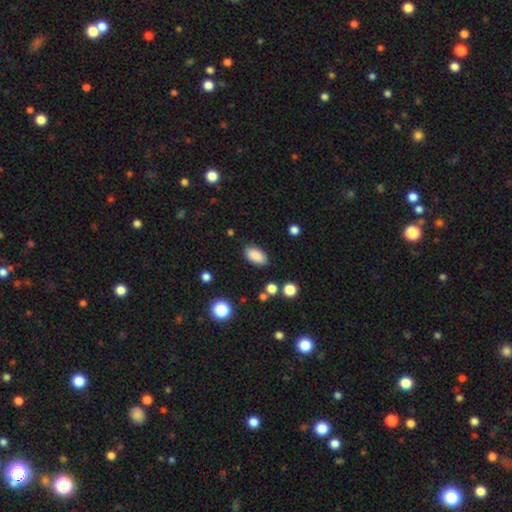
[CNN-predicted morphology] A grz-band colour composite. It shows a smooth galaxy with no disk features (87%) that is in between round and cigar-shaped (93%). Merging: none (86%).